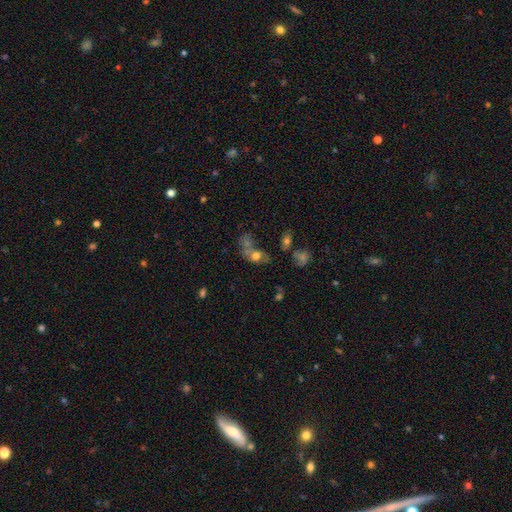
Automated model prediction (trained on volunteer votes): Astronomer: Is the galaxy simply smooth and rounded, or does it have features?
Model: smooth — 61%.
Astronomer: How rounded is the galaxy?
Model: in between — 64%.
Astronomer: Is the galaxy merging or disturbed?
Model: merger — 48%.